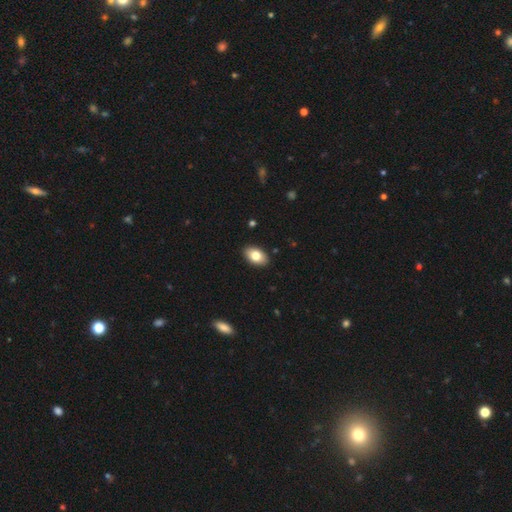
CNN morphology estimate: This appears to be a smooth galaxy with no disk features (79%) that is in between round and cigar-shaped (91%). Merging: none (89%).